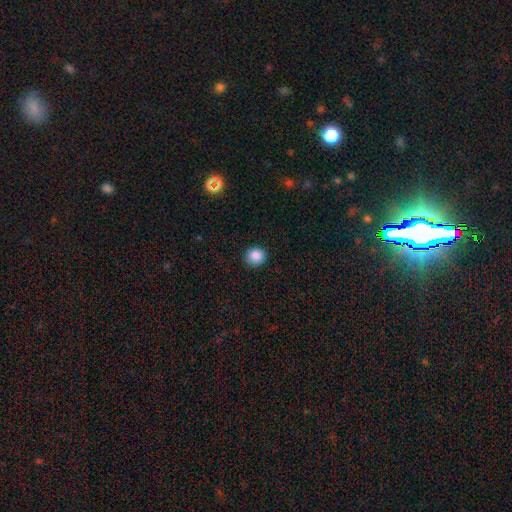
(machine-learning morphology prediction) Smooth or featured? Predicted: smooth (p=0.88). How rounded? Predicted: round (p=0.86). Merging? Predicted: none (p=0.89).